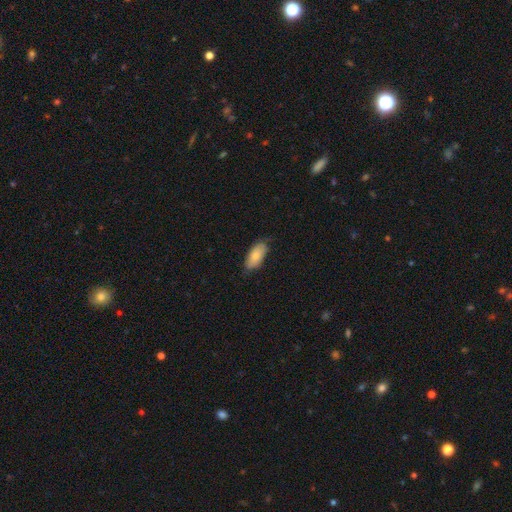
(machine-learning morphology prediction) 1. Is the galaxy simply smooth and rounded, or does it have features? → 77% smooth, 17% featured or disk, 6% star or artifact.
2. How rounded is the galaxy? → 90% in between, 8% cigar-shaped, 2% round.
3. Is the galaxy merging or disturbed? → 73% none, 23% minor disturbance, 4% major disturbance, 1% merger.